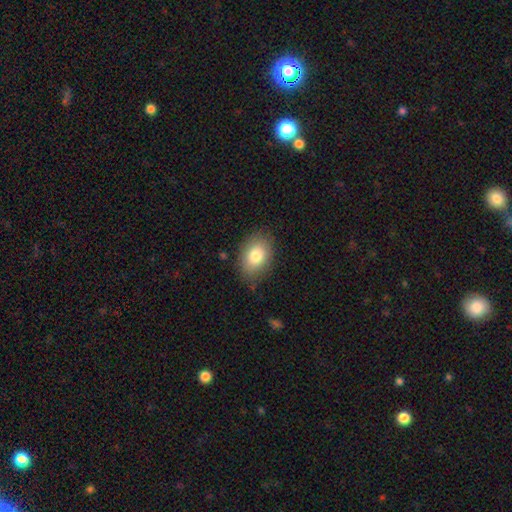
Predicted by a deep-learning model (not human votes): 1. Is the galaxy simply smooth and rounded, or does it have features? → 80% smooth, 12% featured or disk, 8% star or artifact.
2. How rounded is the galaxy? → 80% in between, 19% round, 1% cigar-shaped.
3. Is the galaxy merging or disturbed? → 81% none, 14% minor disturbance, 4% major disturbance, 1% merger.